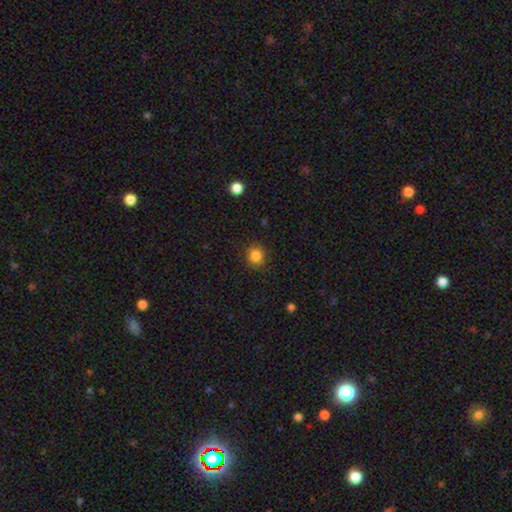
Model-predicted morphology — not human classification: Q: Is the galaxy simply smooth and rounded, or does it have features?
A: smooth — 84%.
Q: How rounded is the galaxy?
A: round — 85%.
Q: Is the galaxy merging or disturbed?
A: none — 88%.